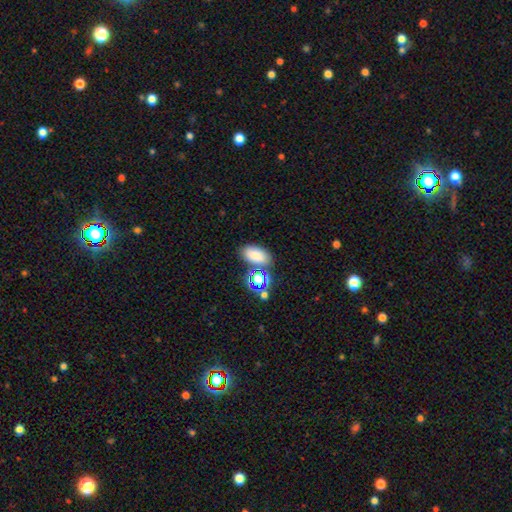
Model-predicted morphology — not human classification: A smooth galaxy with no disk features (77%) that is in between round and cigar-shaped (88%).

Vote fractions:
- Smooth or featured? smooth: 77% / star or artifact: 16% / featured or disk: 7%
- How rounded? in between: 88% / round: 10% / cigar-shaped: 2%
- Merging? none: 75% / minor disturbance: 11% / merger: 10% / major disturbance: 4%